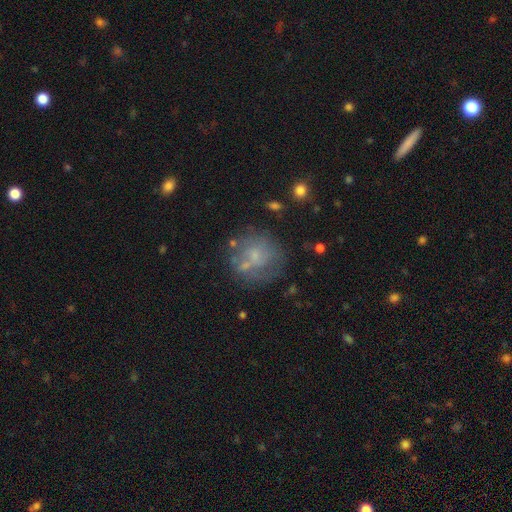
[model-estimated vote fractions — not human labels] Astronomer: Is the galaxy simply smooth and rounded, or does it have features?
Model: smooth — 47% (runner-up: featured or disk, 40%).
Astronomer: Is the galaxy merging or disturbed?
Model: none — 56%.